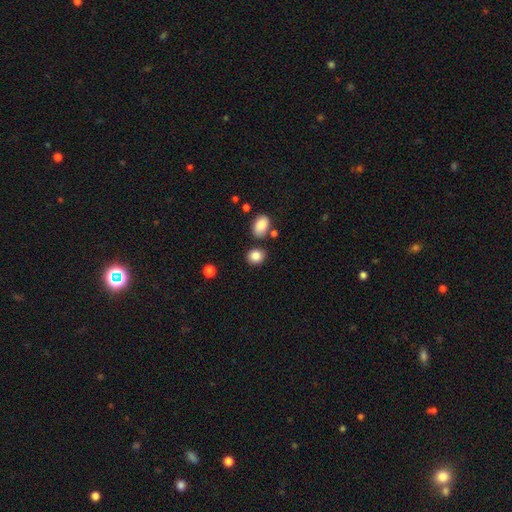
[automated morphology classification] type=smooth (86%); roundness=round (64%); merging=none (80%).